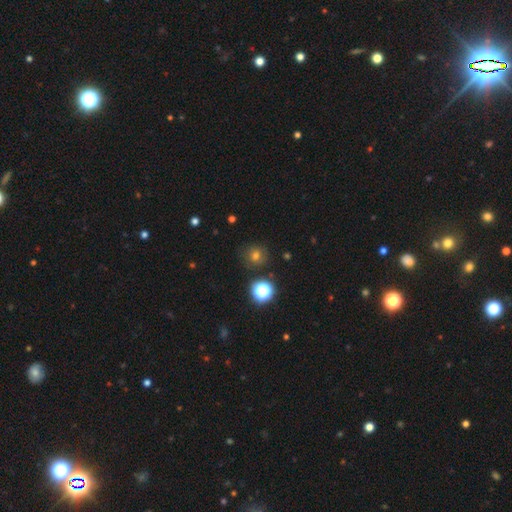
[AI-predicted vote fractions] Overall: smooth (69%). How rounded: round (87%). Merging: none (83%).